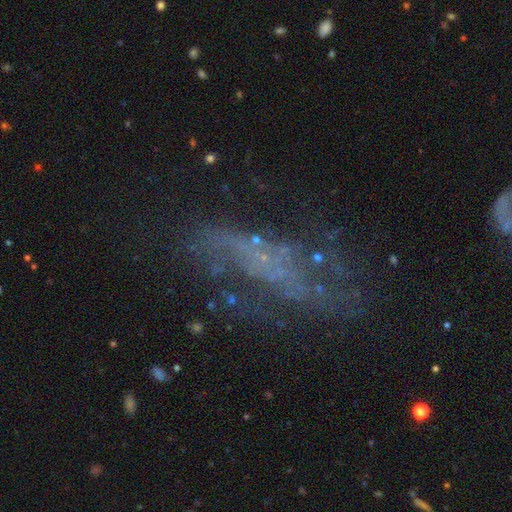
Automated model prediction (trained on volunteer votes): smooth-or-featured: featured or disk: 55% | smooth: 24% | star or artifact: 21%
  disk-edge-on: no: 83% | yes: 17%
  merging: none: 47% | major disturbance: 28% | minor disturbance: 19% | merger: 6%